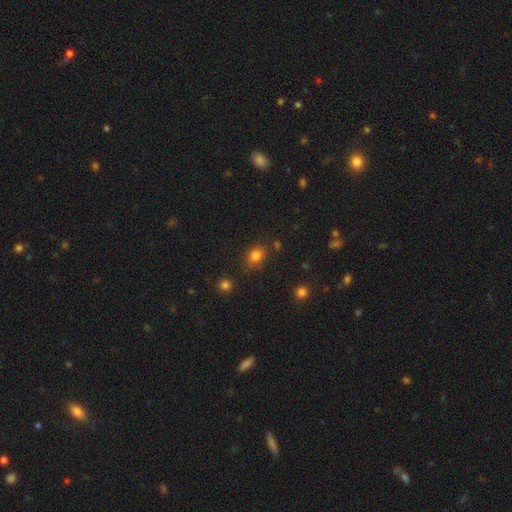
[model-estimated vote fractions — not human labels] Smooth or featured? smooth (81%)
How rounded? round (50%)
Merging? none (77%)